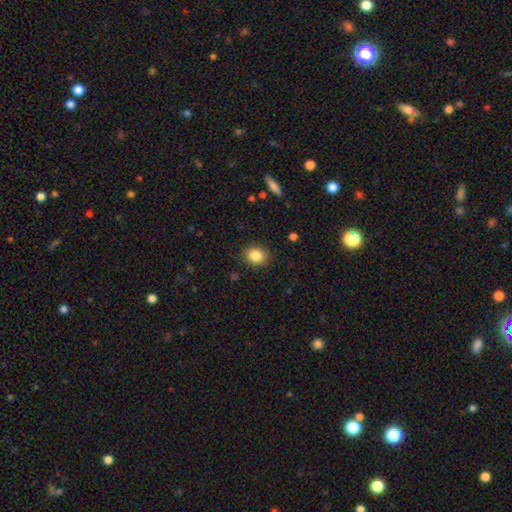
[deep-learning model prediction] A smooth galaxy with no disk features (85%) that is round (66%). Merging: none (87%).